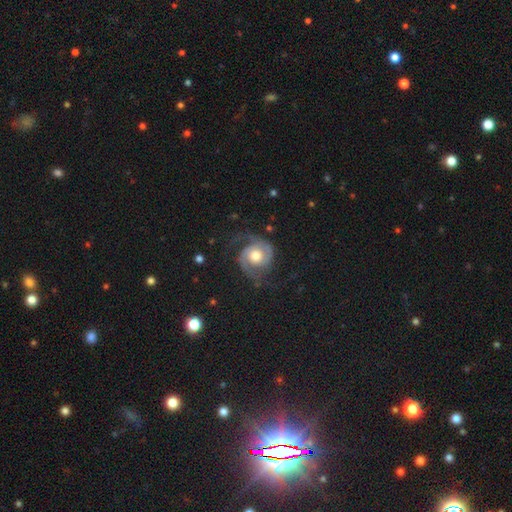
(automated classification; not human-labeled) Smooth or featured? Predicted: featured or disk (p=0.85). Edge-on disk? Predicted: no (p=0.98). Bar? Predicted: no (p=0.75). Spiral arms? Predicted: yes (p=0.96). Spiral winding? Predicted: medium (p=0.47). Spiral arm count? Predicted: 2 (p=0.88). Bulge size? Predicted: moderate (p=0.62). Merging? Predicted: none (p=0.65).